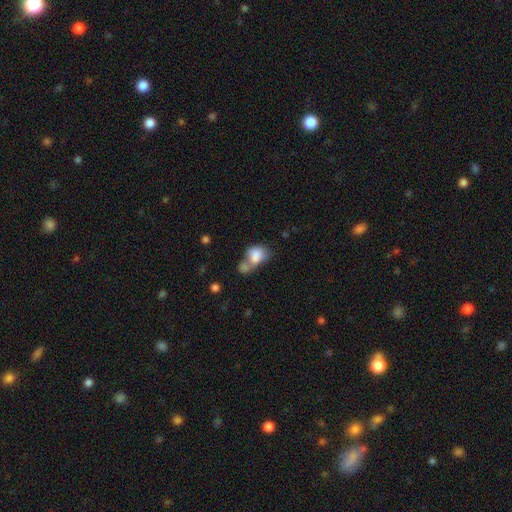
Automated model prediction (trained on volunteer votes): This is likely a smooth galaxy (77%). How rounded: likely in between (68%). Merging: likely merger (61%).